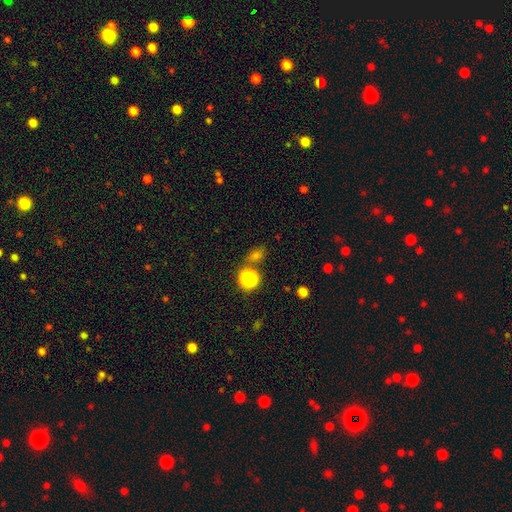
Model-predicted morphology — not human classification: smooth-or-featured: smooth: 54% | star or artifact: 38% | featured or disk: 8%
  how-rounded: round: 59% | in between: 38% | cigar-shaped: 3%
  merging: none: 70% | merger: 14% | minor disturbance: 11% | major disturbance: 5%